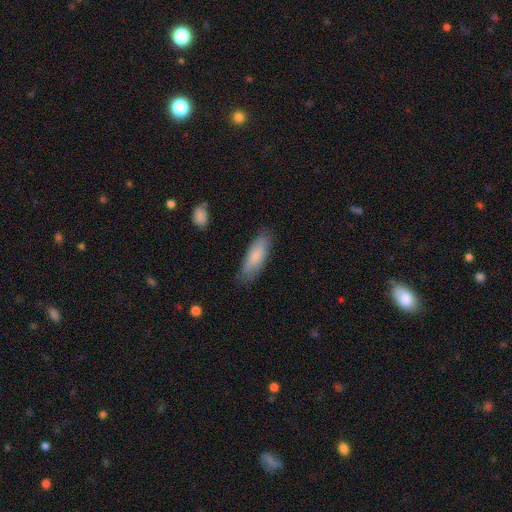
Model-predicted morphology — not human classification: Smooth or featured? smooth (81%)
How rounded? in between (59%)
Merging? none (80%)